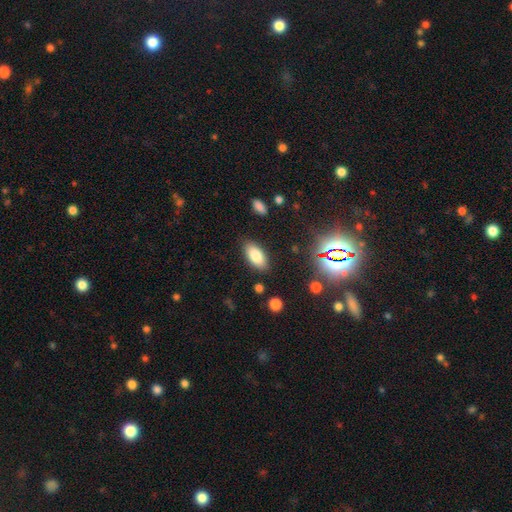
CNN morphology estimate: Q: Smooth or featured?
A: smooth (82%); runner-up: featured or disk (9%)
Q: How rounded?
A: in between (91%); runner-up: cigar-shaped (6%)
Q: Merging?
A: none (85%); runner-up: minor disturbance (10%)